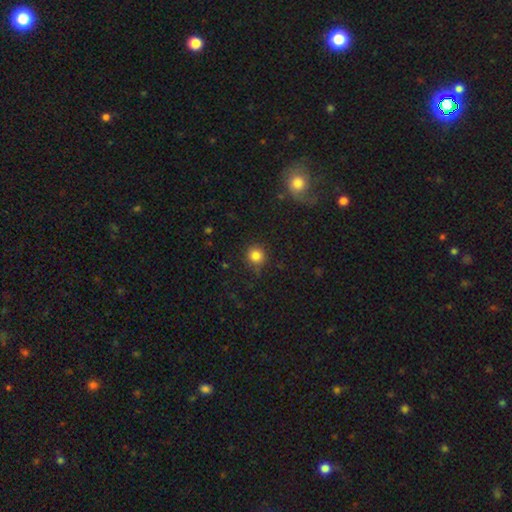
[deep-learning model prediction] Overall: smooth (83%). How rounded: round (93%). Merging: none (84%).